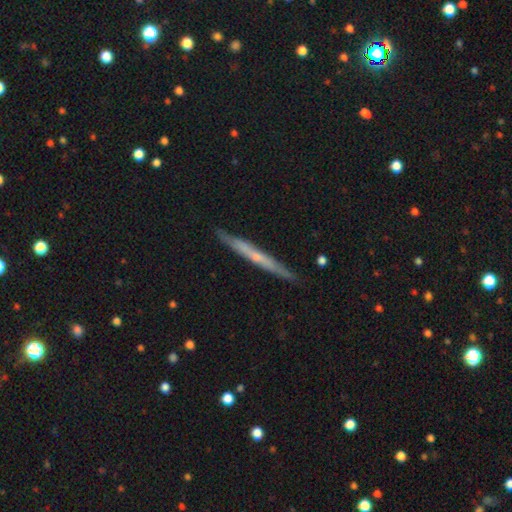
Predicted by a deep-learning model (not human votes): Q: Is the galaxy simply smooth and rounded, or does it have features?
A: featured or disk — 64%.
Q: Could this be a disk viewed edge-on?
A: yes — 96%.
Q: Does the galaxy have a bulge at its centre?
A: none — 57%.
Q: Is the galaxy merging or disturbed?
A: none — 88%.